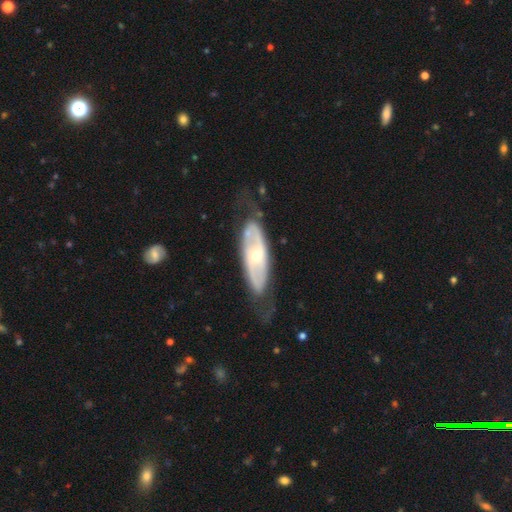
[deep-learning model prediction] Smooth or featured? Predicted: featured or disk (p=0.73). Edge-on disk? Predicted: no (p=0.82). Bar? Predicted: no (p=0.62). Spiral arms? Predicted: yes (p=0.67). Bulge size? Predicted: small (p=0.63). Merging? Predicted: none (p=0.61).